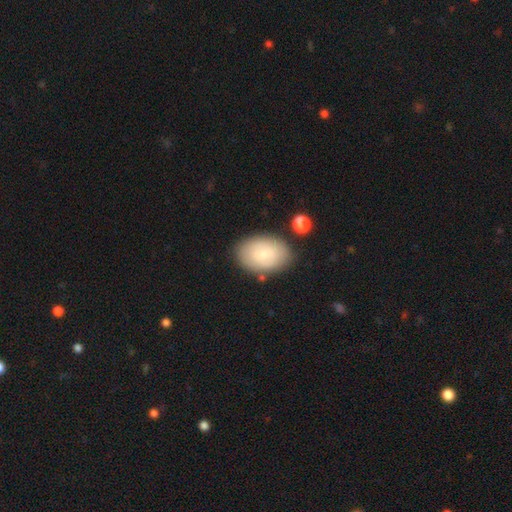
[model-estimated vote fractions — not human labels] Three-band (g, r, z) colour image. It shows a smooth galaxy with no disk features (64%) that is in between round and cigar-shaped (86%). Merging: none (75%).